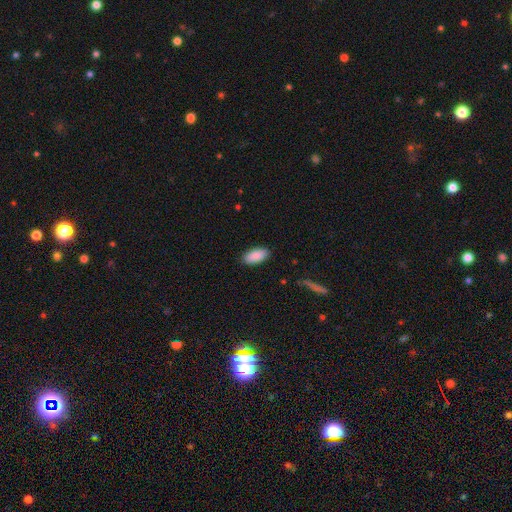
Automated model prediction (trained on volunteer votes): Smooth or featured: smooth — 90% (star or artifact — 6%)
How rounded: in between — 92% (cigar-shaped — 6%)
Merging: none — 88% (minor disturbance — 9%)